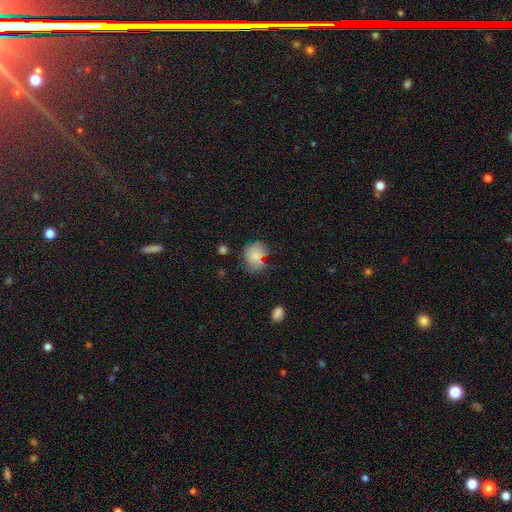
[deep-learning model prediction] Overall: smooth (74%). How rounded: round (51%; in between 48%). Merging: none (51%; minor disturbance 29%).